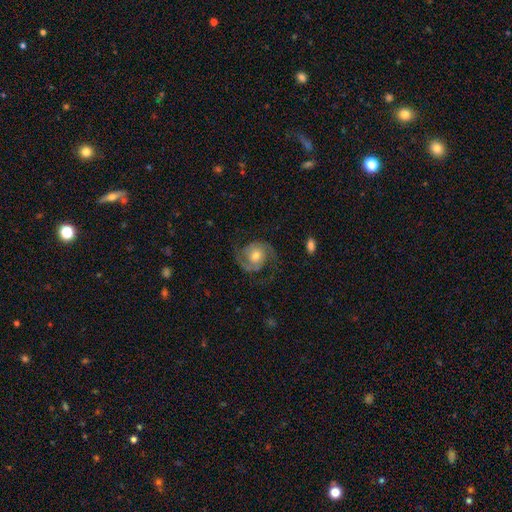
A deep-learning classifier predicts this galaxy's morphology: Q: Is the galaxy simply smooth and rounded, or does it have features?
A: featured or disk — 83%.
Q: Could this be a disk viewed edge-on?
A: no — 98%.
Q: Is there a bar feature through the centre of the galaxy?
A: no — 68%.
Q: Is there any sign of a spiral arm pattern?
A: yes — 96%.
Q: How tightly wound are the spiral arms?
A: medium — 52%.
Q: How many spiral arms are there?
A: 2 — 92%.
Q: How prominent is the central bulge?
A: moderate — 66%.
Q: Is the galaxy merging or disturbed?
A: none — 75%.